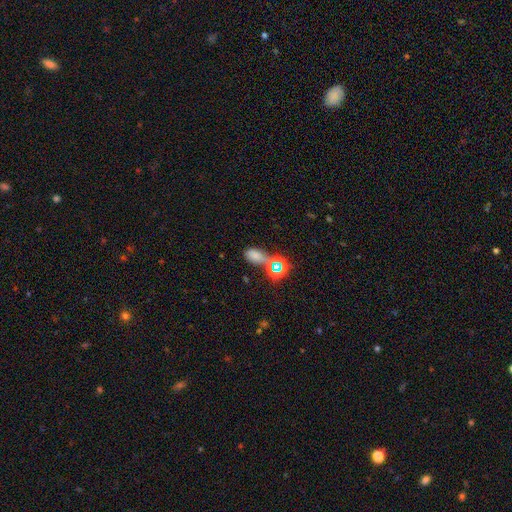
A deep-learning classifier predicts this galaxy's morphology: This is possibly a smooth galaxy (60%). How rounded: clearly in between (83%). Merging: marginally none (44%).